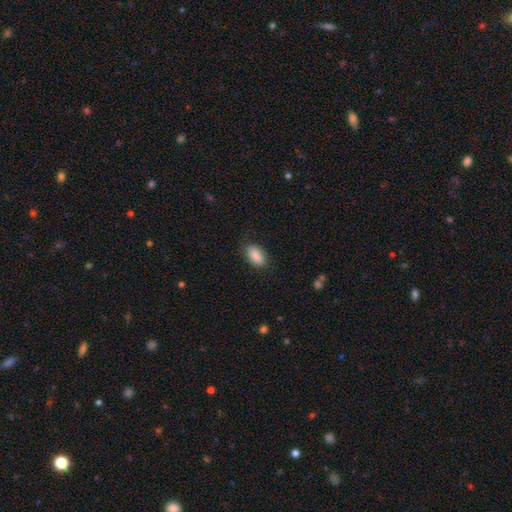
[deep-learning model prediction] smooth 89%, star or artifact 7%, featured or disk 5%. Down the decision tree: how rounded — in between (92%); merging — none (80%).